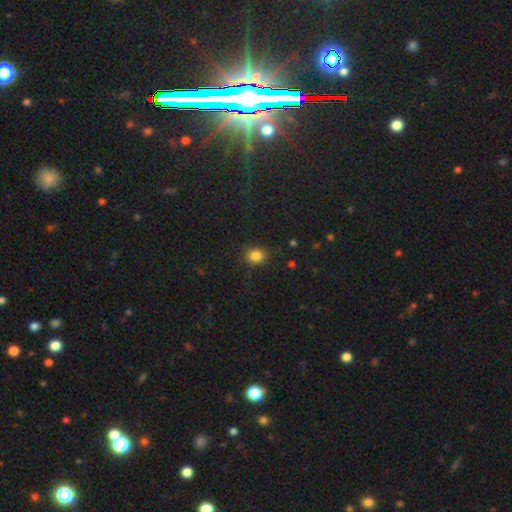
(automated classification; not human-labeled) Smooth or featured?
  - smooth: 84% *
  - star or artifact: 11%
  - featured or disk: 4%
How rounded?
  - round: 63% *
  - in between: 35%
  - cigar-shaped: 1%
Merging?
  - none: 84% *
  - minor disturbance: 12%
  - major disturbance: 3%
  - merger: 1%